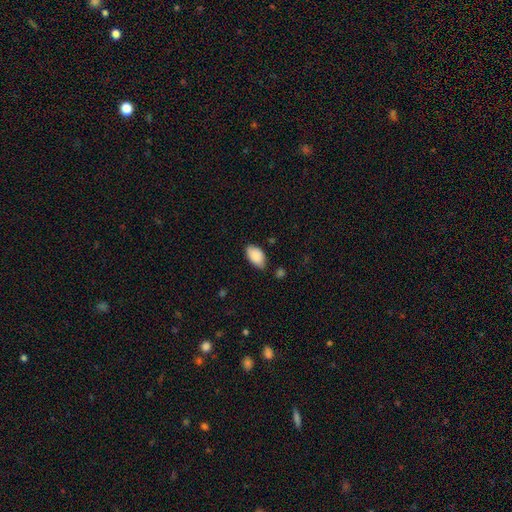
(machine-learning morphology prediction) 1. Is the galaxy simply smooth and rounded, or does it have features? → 88% smooth, 6% star or artifact, 6% featured or disk.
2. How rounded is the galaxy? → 94% in between, 4% round, 2% cigar-shaped.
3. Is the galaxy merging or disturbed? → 74% none, 21% minor disturbance, 3% major disturbance, 2% merger.